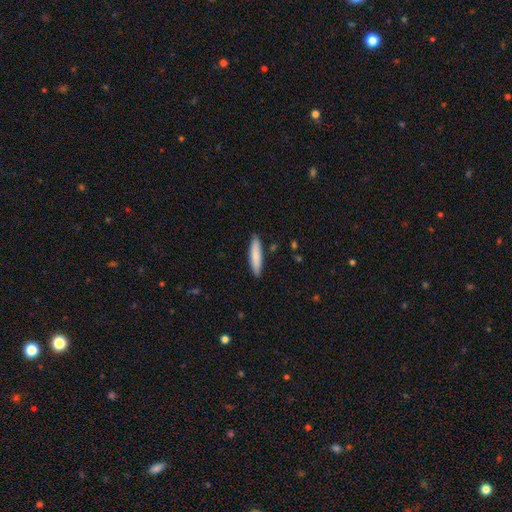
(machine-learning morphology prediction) smooth-or-featured: smooth: 83% | featured or disk: 11% | star or artifact: 5%
  how-rounded: cigar-shaped: 81% | in between: 18% | round: 1%
  merging: none: 89% | minor disturbance: 8% | major disturbance: 2% | merger: 1%